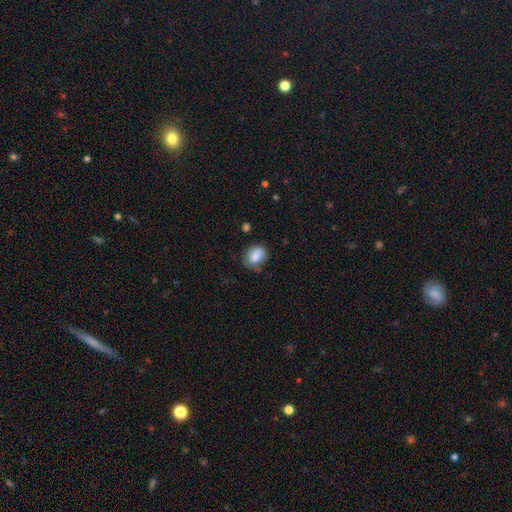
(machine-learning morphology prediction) Smooth or featured? Predicted: smooth (p=0.83). How rounded? Predicted: in between (p=0.52). Merging? Predicted: none (p=0.61).